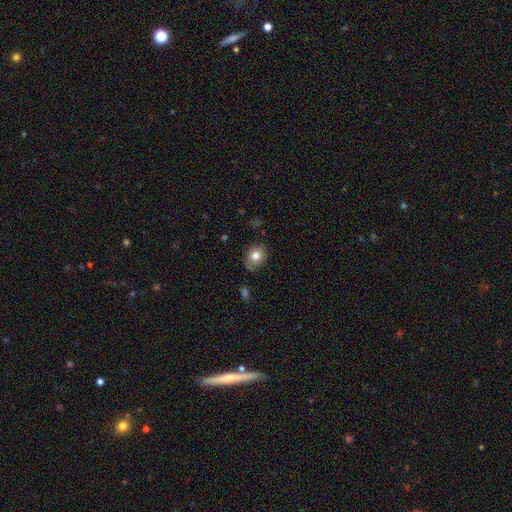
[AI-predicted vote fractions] smooth-or-featured: smooth: 80% | featured or disk: 11% | star or artifact: 9%
  how-rounded: in between: 50% | round: 49% | cigar-shaped: 1%
  merging: none: 78% | minor disturbance: 17% | major disturbance: 3% | merger: 2%